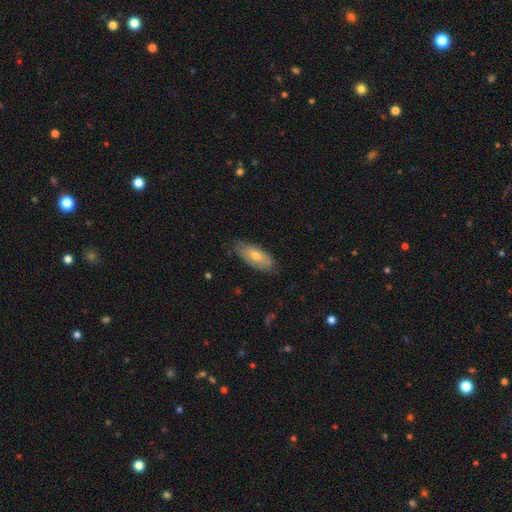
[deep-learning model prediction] This appears to be a smooth galaxy with no disk features (60%) that is in between round and cigar-shaped (81%). Merging: none (78%).